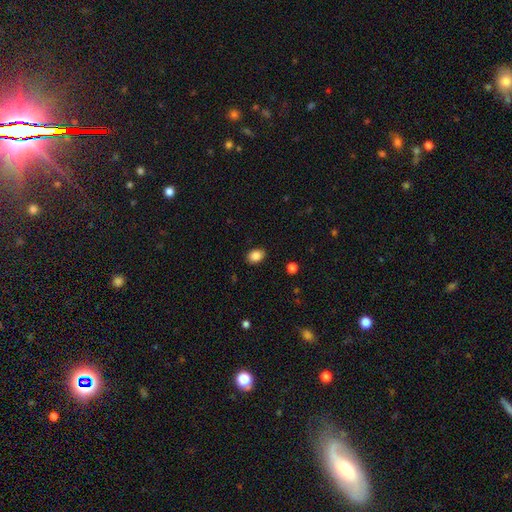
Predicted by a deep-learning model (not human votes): This appears to be a smooth galaxy with no disk features (87%) that is in between round and cigar-shaped (73%). Merging: none (88%).